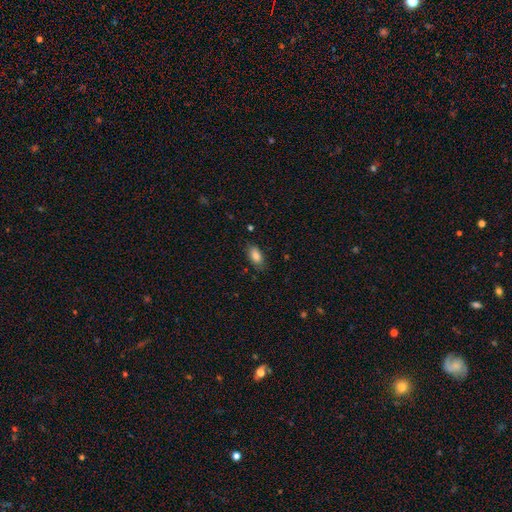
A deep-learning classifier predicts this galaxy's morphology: A smooth galaxy with no disk features (85%) that is in between round and cigar-shaped (91%). Merging: none (80%).